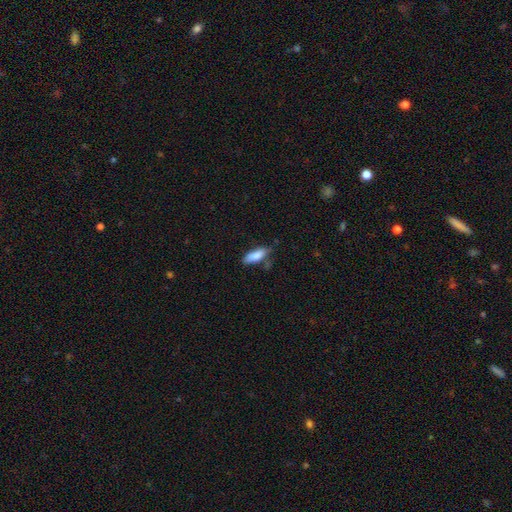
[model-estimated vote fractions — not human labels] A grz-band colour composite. It shows a smooth galaxy with no disk features (83%) that is in between round and cigar-shaped (65%). Merging: none (62%).